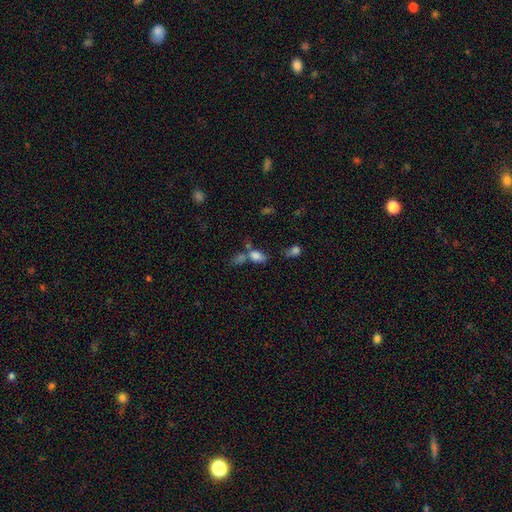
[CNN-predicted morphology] Smooth or featured: smooth — 78% (star or artifact — 12%)
How rounded: in between — 86% (round — 9%)
Merging: merger — 41% (none — 36%)